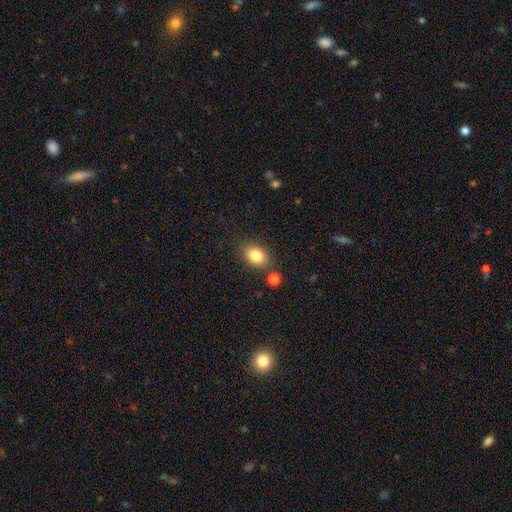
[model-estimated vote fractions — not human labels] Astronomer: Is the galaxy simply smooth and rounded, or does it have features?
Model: smooth — 84%.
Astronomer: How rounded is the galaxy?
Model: in between — 73%.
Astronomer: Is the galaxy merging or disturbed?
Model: none — 76%.